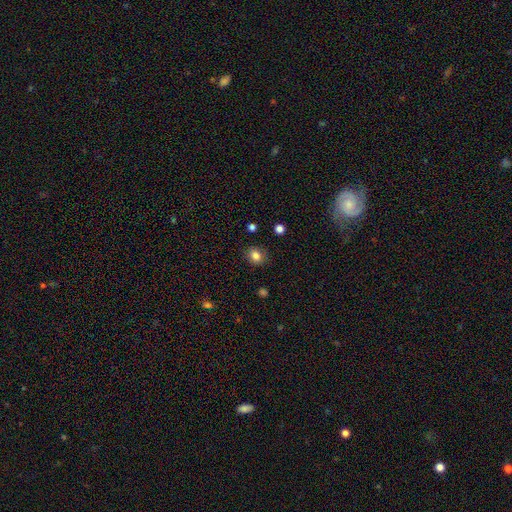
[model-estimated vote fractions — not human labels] Smooth or featured?
  - smooth: 83% *
  - star or artifact: 11%
  - featured or disk: 6%
How rounded?
  - round: 63% *
  - in between: 36%
  - cigar-shaped: 1%
Merging?
  - none: 85% *
  - minor disturbance: 11%
  - major disturbance: 3%
  - merger: 1%